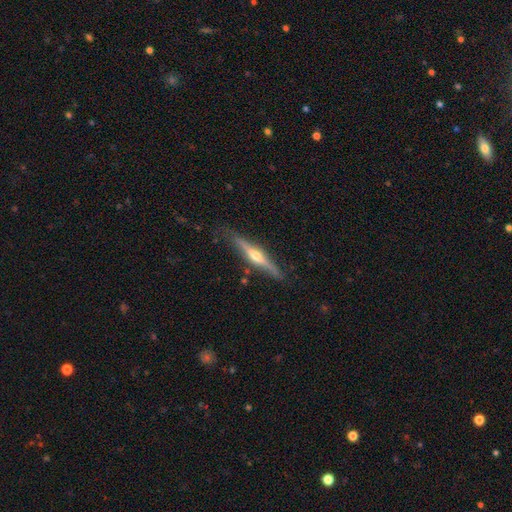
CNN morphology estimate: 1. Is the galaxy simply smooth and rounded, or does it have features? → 75% featured or disk, 20% smooth, 5% star or artifact.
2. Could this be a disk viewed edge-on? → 97% yes, 3% no.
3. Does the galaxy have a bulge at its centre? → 89% rounded, 6% none, 5% boxy.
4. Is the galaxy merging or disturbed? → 83% none, 13% minor disturbance, 3% major disturbance, 2% merger.